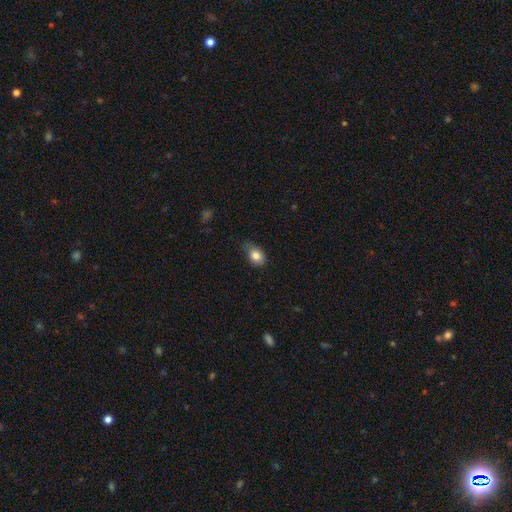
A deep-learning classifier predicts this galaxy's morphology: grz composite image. It shows a smooth galaxy with no disk features (82%) that is in between round and cigar-shaped (70%). Merging: none (58%).